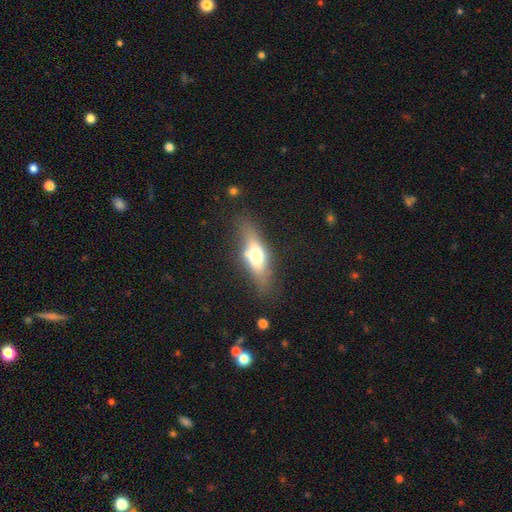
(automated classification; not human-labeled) A smooth galaxy with no disk features (50%) that is in between round and cigar-shaped (52%). Merging: none (71%).